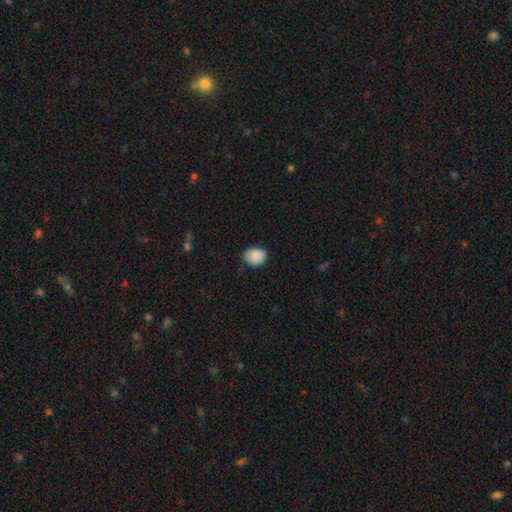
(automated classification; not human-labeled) The model was most divided on "how rounded": round: 51%, in between: 48%, cigar-shaped: 1%. More confident: smooth or featured — smooth (87%); merging — none (73%).